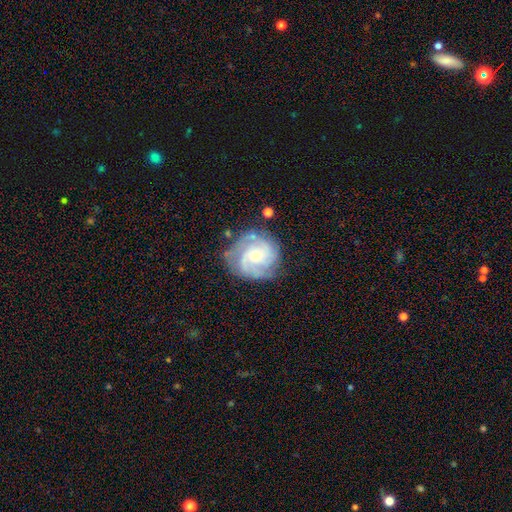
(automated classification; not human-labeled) The model was most divided on "spiral winding": tight: 47%, medium: 43%, loose: 11%. Remaining: edge-on disk — no (98%); spiral arms — yes (96%); smooth or featured — featured or disk (84%); merging — none (72%); bulge size — small (67%); bar — no (65%); spiral arm count — 2 (41%).